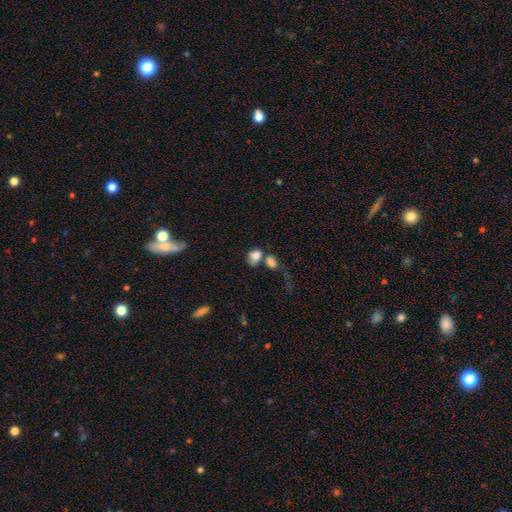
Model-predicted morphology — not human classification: This is likely a smooth galaxy (79%). How rounded: likely in between (67%). Merging: possibly merger (49%).